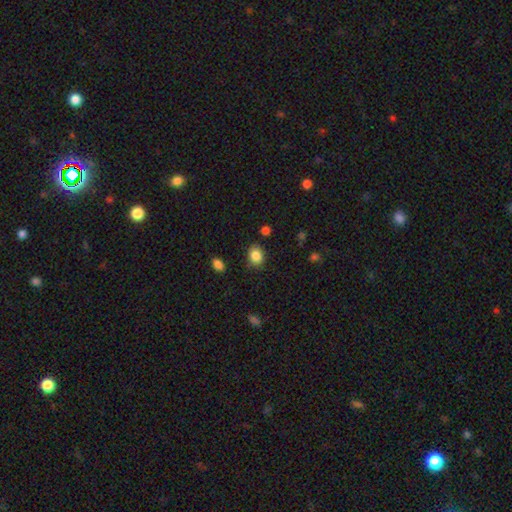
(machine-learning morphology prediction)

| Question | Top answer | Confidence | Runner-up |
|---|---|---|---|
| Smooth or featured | smooth | 86% | star or artifact (9%) |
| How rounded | in between | 53% | round (46%) |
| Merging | none | 80% | minor disturbance (14%) |